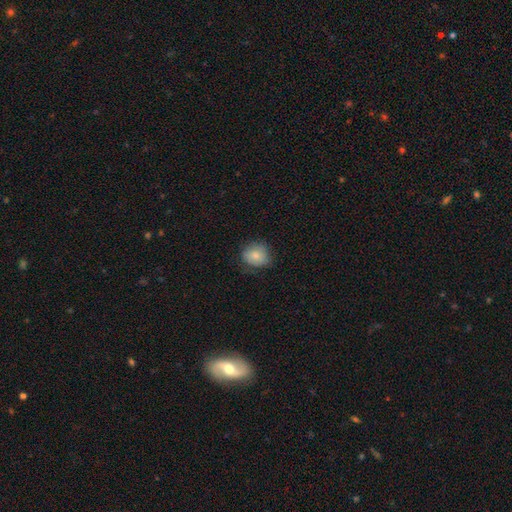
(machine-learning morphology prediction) smooth-or-featured: smooth: 81% | featured or disk: 10% | star or artifact: 8%
  how-rounded: round: 70% | in between: 29% | cigar-shaped: 1%
  merging: none: 70% | minor disturbance: 23% | major disturbance: 6% | merger: 1%